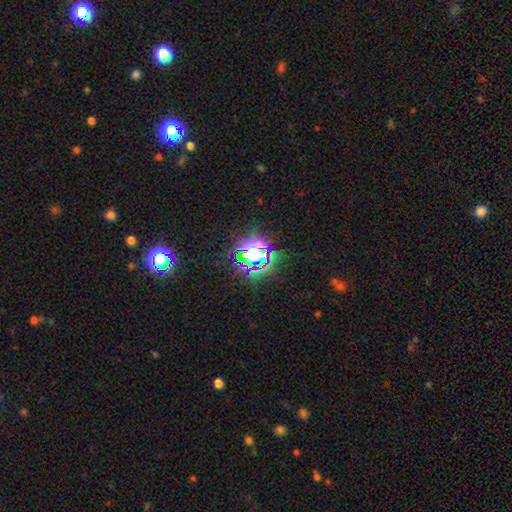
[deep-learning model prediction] Overall: star or artifact (71%).